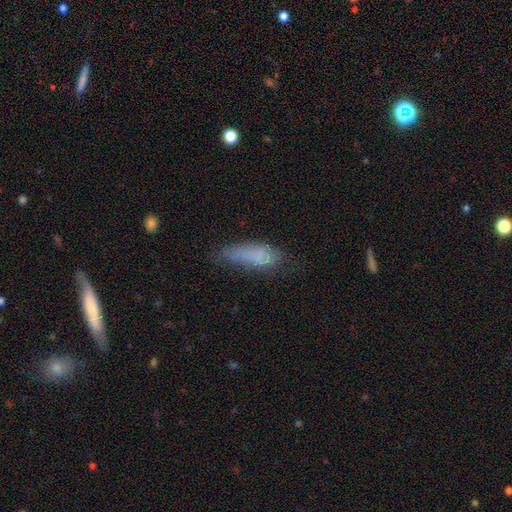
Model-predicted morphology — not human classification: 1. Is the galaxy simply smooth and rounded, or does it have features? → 74% smooth, 16% featured or disk, 10% star or artifact.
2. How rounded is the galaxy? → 51% cigar-shaped, 47% in between, 2% round.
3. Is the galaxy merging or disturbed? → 49% none, 34% minor disturbance, 15% major disturbance, 3% merger.